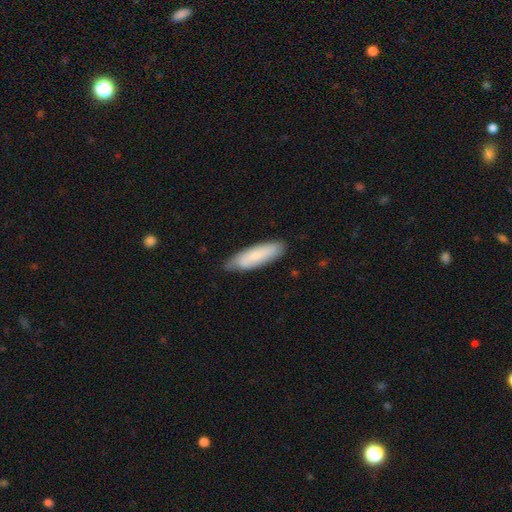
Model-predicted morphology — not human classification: smooth_or_featured: smooth (p=0.72) [alt: featured or disk p=0.22]
how_rounded: cigar-shaped (p=0.53) [alt: in between p=0.45]
merging: none (p=0.76) [alt: minor disturbance p=0.20]